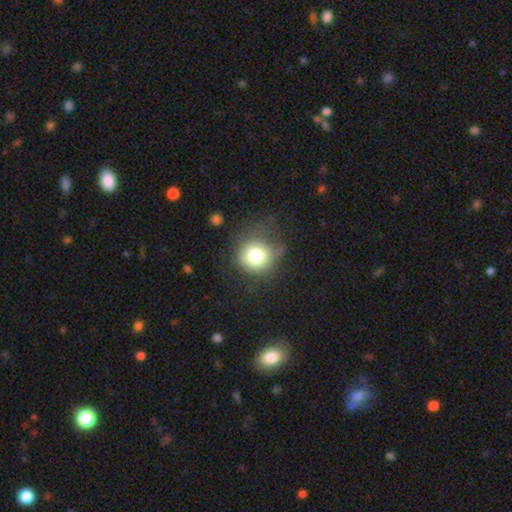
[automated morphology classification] This appears to be a smooth galaxy with no disk features (75%) that is round (88%). Merging: none (58%).